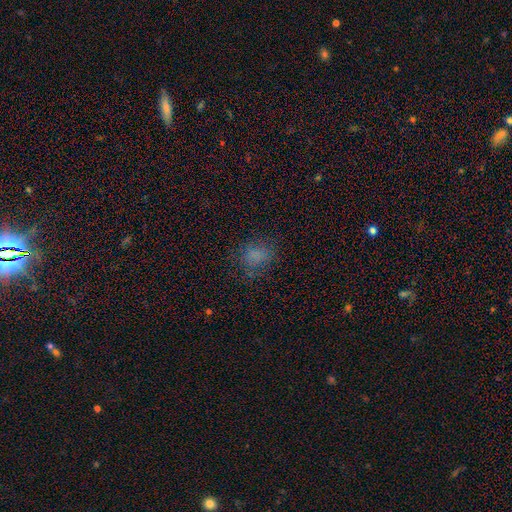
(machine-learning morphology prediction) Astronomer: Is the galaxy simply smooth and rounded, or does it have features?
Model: smooth — 72%.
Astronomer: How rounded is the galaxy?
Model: round — 56% (runner-up: in between, 43%).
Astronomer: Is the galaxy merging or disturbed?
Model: none — 71%.